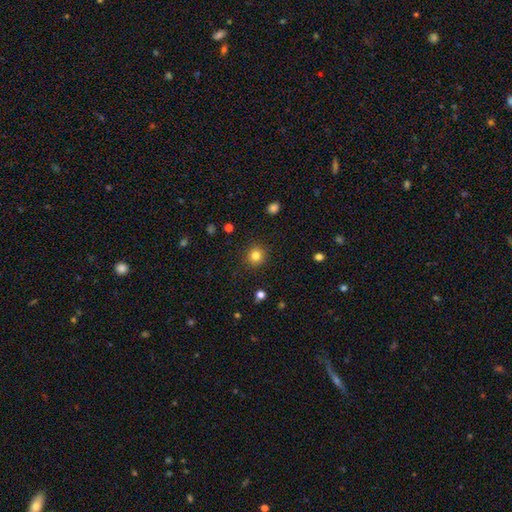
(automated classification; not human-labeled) A smooth galaxy with no disk features (82%) that is round (90%).

Vote fractions:
- Smooth or featured? smooth: 82% / star or artifact: 12% / featured or disk: 6%
- How rounded? round: 90% / in between: 9% / cigar-shaped: 1%
- Merging? none: 90% / minor disturbance: 7% / major disturbance: 2% / merger: 1%